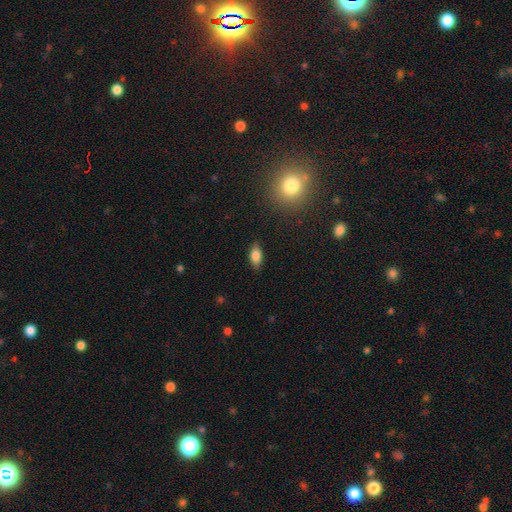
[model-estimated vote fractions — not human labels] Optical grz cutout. It shows a smooth galaxy with no disk features (79%) that is in between round and cigar-shaped (86%). Merging: none (86%).